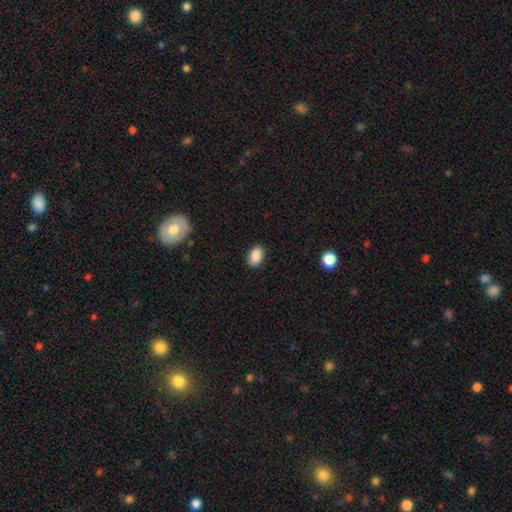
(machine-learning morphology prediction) Smooth or featured? smooth (89%)
How rounded? in between (89%)
Merging? none (87%)